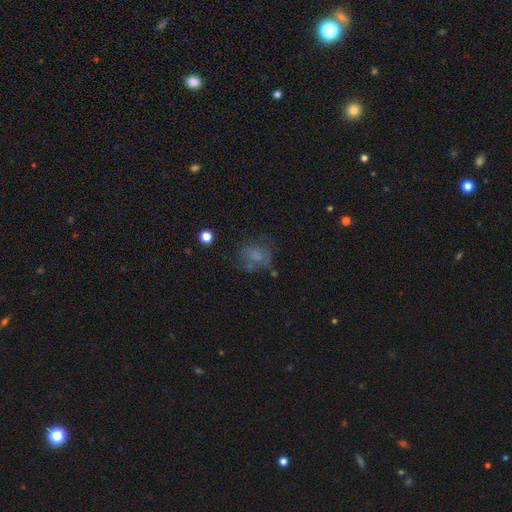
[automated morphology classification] Overall: smooth (53%; featured or disk 31%). How rounded: round (58%; in between 40%). Merging: none (51%; major disturbance 22%).